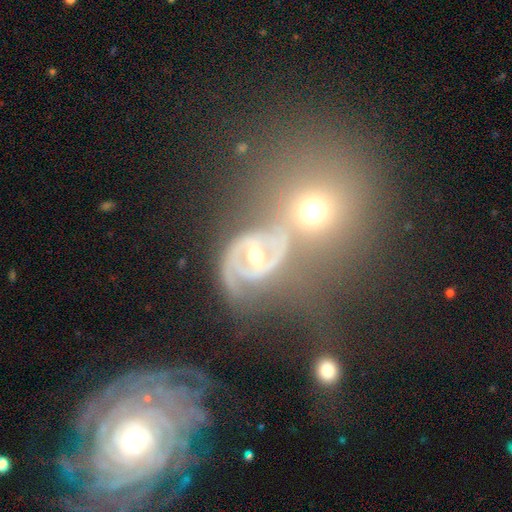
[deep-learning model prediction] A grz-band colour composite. It shows a featured or disk galaxy (78%) with a weak bar (37%), 2 (82%) medium (48%) spiral arms (88%) and a moderate central bulge (68%). Merging: none (45%).